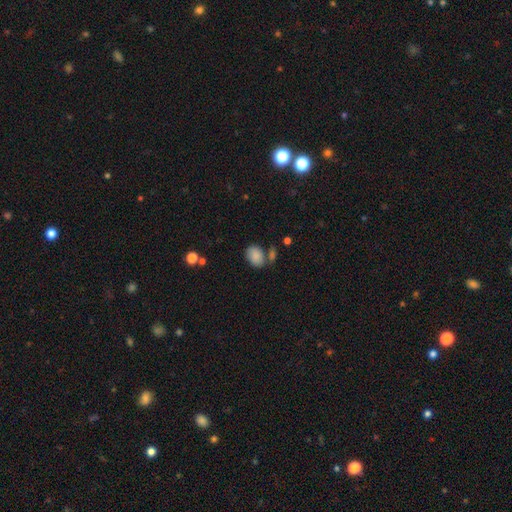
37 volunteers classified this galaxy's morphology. smooth 95%, featured or disk 5%, star or artifact 0%. Down the decision tree: how rounded — in between (77%); merging — none (57%).